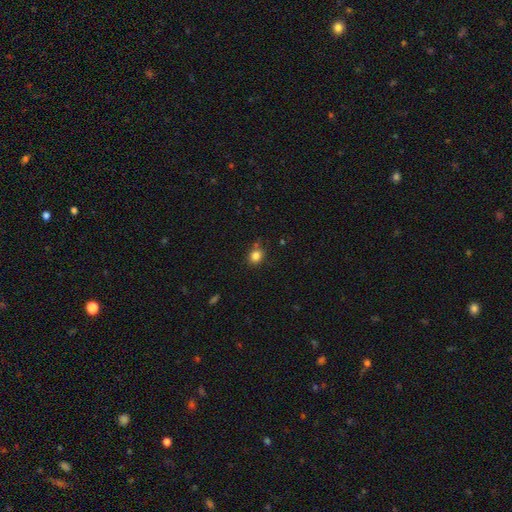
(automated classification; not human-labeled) Smooth or featured?
  - smooth: 83% *
  - star or artifact: 12%
  - featured or disk: 5%
How rounded?
  - round: 71% *
  - in between: 28%
  - cigar-shaped: 1%
Merging?
  - none: 71% *
  - minor disturbance: 17%
  - merger: 7%
  - major disturbance: 4%